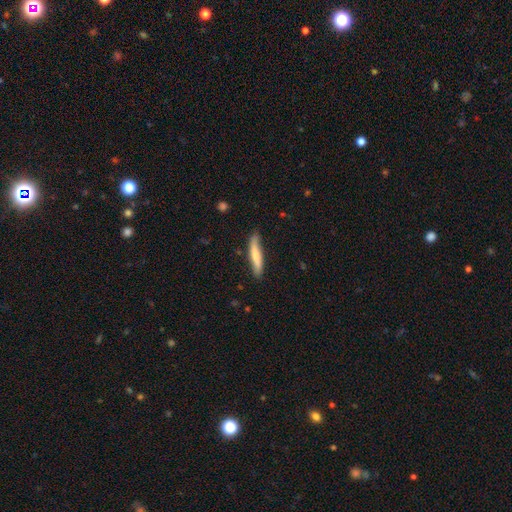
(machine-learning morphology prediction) smooth_or_featured: smooth (p=0.66) [alt: featured or disk p=0.28]
how_rounded: cigar-shaped (p=0.87) [alt: in between p=0.11]
merging: none (p=0.77) [alt: minor disturbance p=0.18]